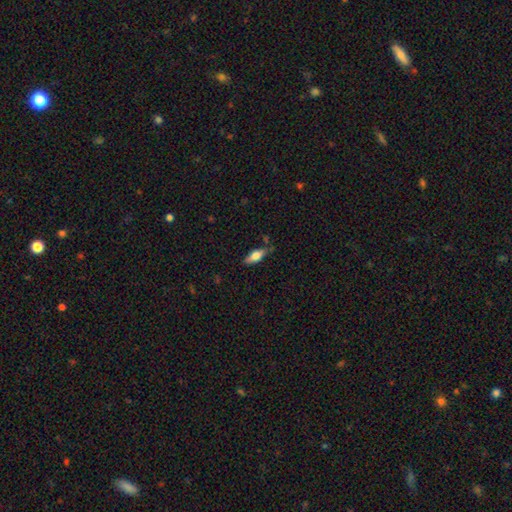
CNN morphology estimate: smooth-or-featured: smooth: 65% | featured or disk: 28% | star or artifact: 7%
  how-rounded: in between: 68% | cigar-shaped: 29% | round: 3%
  merging: none: 74% | minor disturbance: 19% | major disturbance: 4% | merger: 3%